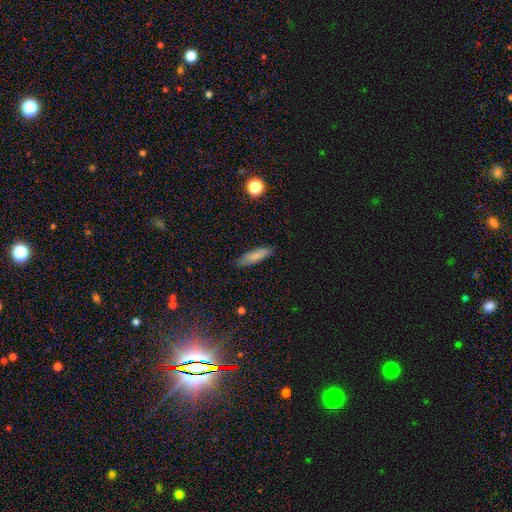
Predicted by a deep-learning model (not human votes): A smooth galaxy with no disk features (80%) that is cigar-shaped (59%).

Vote fractions:
- Smooth or featured? smooth: 80% / featured or disk: 12% / star or artifact: 8%
- How rounded? cigar-shaped: 59% / in between: 39% / round: 2%
- Merging? none: 82% / minor disturbance: 14% / major disturbance: 3% / merger: 1%